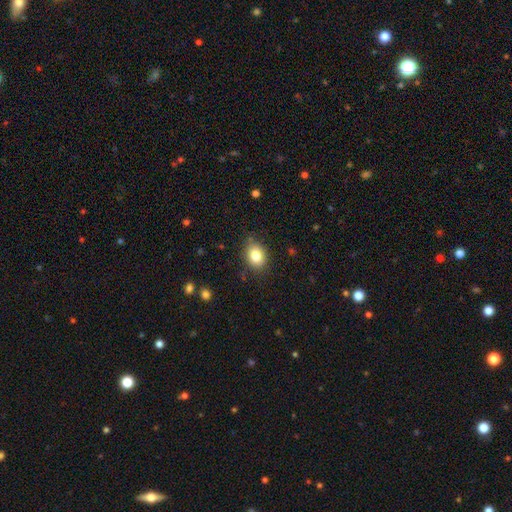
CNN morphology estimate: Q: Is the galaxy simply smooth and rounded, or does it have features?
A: smooth — 83%.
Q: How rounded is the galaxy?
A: in between — 60%.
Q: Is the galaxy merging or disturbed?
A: none — 82%.